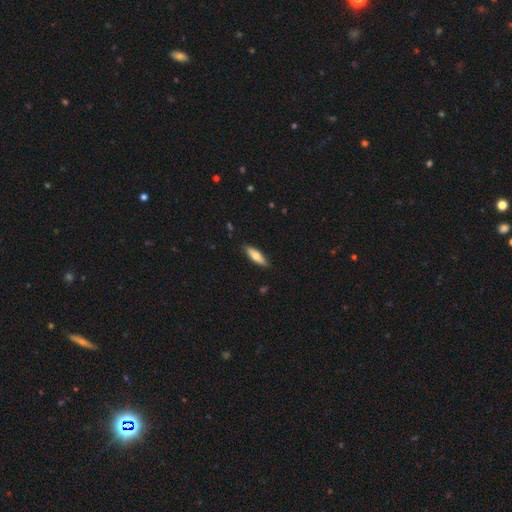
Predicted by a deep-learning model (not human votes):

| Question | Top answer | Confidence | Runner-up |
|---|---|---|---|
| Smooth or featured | smooth | 67% | featured or disk (28%) |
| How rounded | cigar-shaped | 54% | in between (44%) |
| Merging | none | 87% | minor disturbance (10%) |